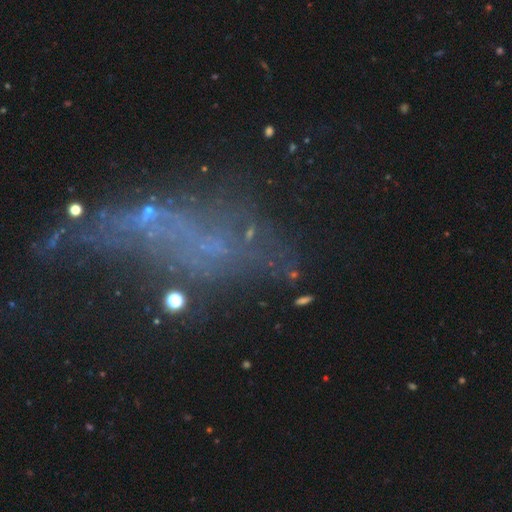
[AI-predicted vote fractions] Smooth or featured? Predicted: featured or disk (p=0.44). Merging? Predicted: major disturbance (p=0.37).